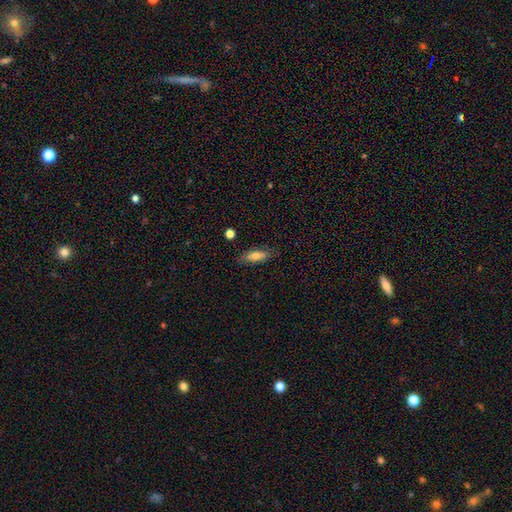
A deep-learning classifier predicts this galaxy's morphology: smooth-or-featured: smooth: 71% | featured or disk: 22% | star or artifact: 8%
  how-rounded: in between: 66% | cigar-shaped: 32% | round: 3%
  merging: none: 80% | minor disturbance: 15% | major disturbance: 3% | merger: 2%